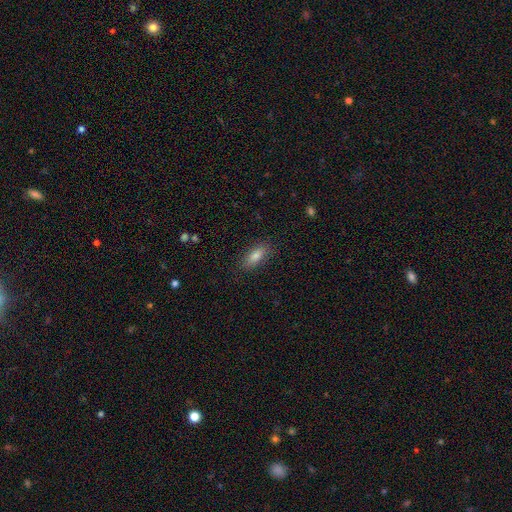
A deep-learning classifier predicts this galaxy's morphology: smooth_or_featured: smooth (p=0.79) [alt: featured or disk p=0.13]
how_rounded: in between (p=0.77) [alt: cigar-shaped p=0.20]
merging: none (p=0.86) [alt: minor disturbance p=0.10]